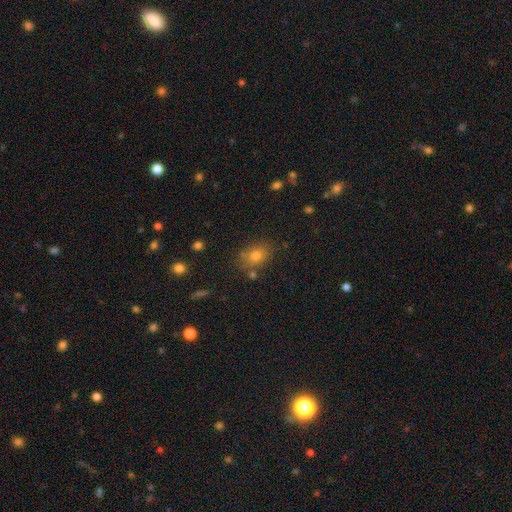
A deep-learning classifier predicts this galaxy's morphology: Smooth or featured?
  - smooth: 74% *
  - star or artifact: 16%
  - featured or disk: 10%
How rounded?
  - in between: 58% *
  - round: 40%
  - cigar-shaped: 1%
Merging?
  - none: 79% *
  - minor disturbance: 12%
  - merger: 6%
  - major disturbance: 3%